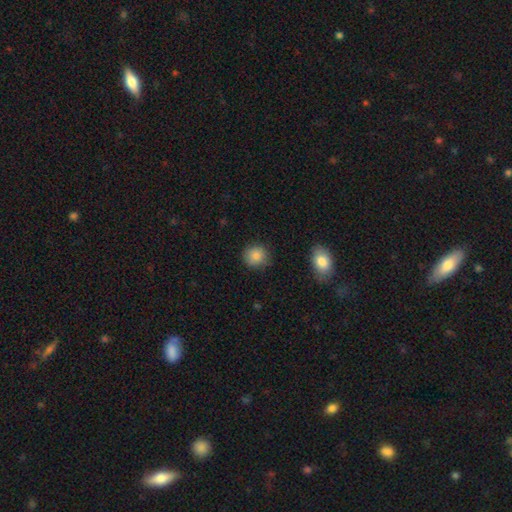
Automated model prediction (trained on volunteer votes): smooth-or-featured: smooth: 86% | star or artifact: 9% | featured or disk: 5%
  how-rounded: round: 87% | in between: 12% | cigar-shaped: 1%
  merging: none: 84% | minor disturbance: 11% | major disturbance: 3% | merger: 2%